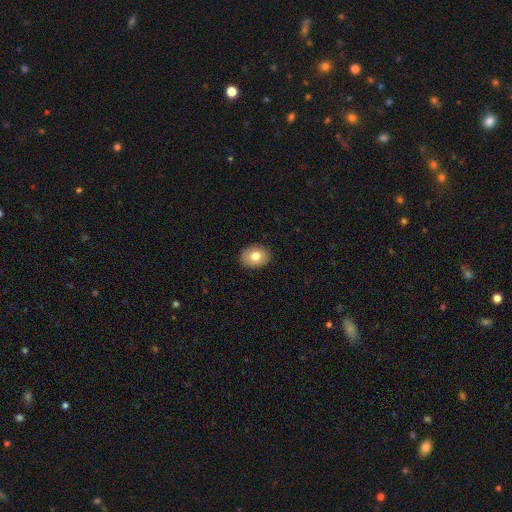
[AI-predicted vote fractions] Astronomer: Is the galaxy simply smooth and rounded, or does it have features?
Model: smooth — 76%.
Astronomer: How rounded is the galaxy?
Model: in between — 62%.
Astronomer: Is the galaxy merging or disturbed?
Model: none — 89%.